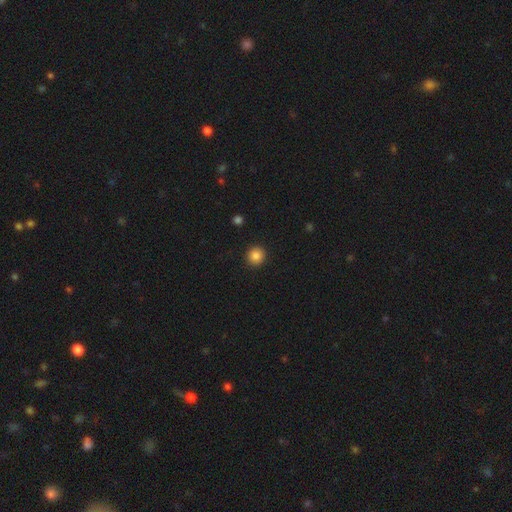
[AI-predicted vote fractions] Smooth or featured: smooth — 86% (star or artifact — 10%)
How rounded: round — 93% (in between — 6%)
Merging: none — 93% (minor disturbance — 5%)